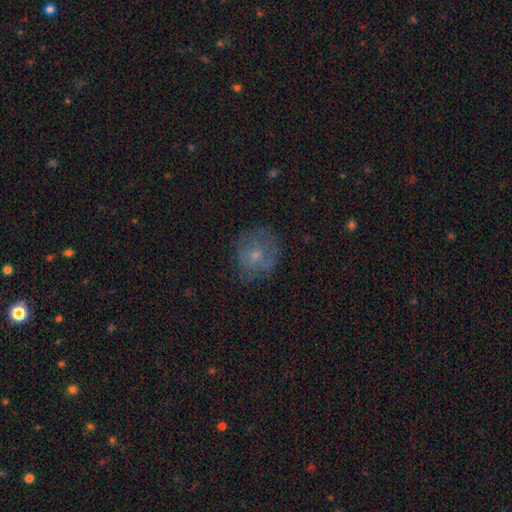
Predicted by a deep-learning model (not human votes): The model was most divided on "smooth or featured": smooth: 53%, featured or disk: 36%, star or artifact: 11%. More confident: how rounded — round (79%); merging — none (66%).